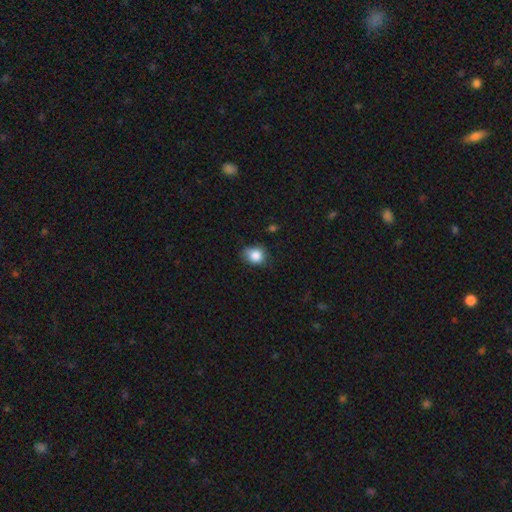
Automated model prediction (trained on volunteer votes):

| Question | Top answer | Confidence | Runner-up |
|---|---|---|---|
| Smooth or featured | smooth | 85% | star or artifact (10%) |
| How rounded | round | 61% | in between (38%) |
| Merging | none | 65% | minor disturbance (27%) |